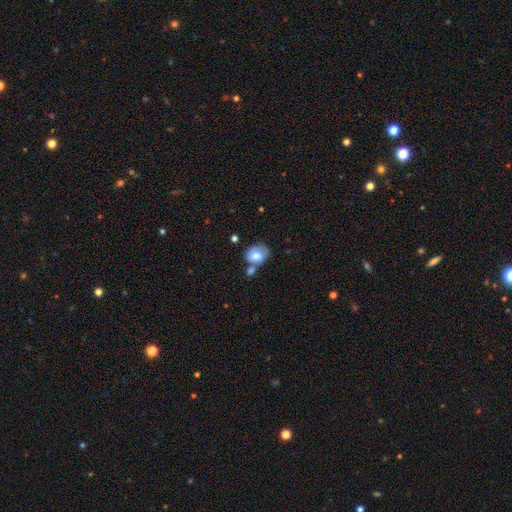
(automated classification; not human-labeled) Smooth or featured? Predicted: smooth (p=0.71). How rounded? Predicted: in between (p=0.51). Merging? Predicted: none (p=0.40).